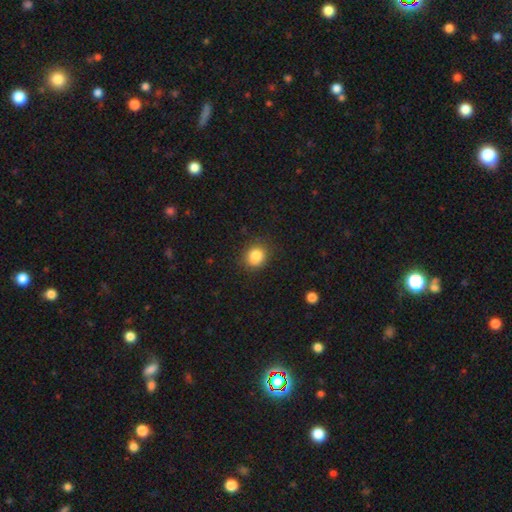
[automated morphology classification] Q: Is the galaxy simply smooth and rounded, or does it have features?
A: smooth — 85%.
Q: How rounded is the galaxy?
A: round — 75%.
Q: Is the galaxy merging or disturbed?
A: none — 83%.